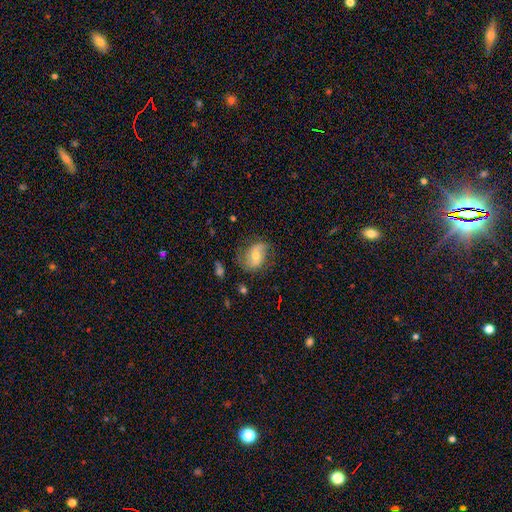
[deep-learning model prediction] Smooth or featured: featured or disk — 64% (smooth — 28%)
Edge-on disk: no — 96% (yes — 4%)
Bar: no — 53% (weak — 36%)
Spiral arms: yes — 87% (no — 13%)
Spiral winding: loose — 43% (medium — 39%)
Spiral arm count: 2 — 83% (can't tell — 9%)
Bulge size: moderate — 64% (small — 27%)
Merging: none — 66% (minor disturbance — 22%)